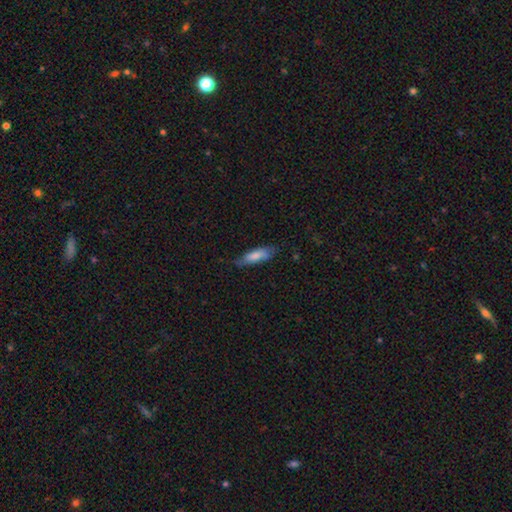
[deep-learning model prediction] Morphology: type=smooth (73%); roundness=cigar-shaped (50%); merging=none (69%).